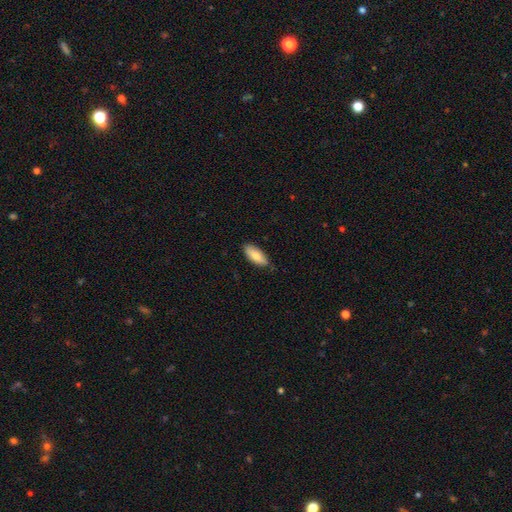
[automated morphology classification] A smooth galaxy with no disk features (80%) that is in between round and cigar-shaped (81%).

Vote fractions:
- Smooth or featured? smooth: 80% / featured or disk: 14% / star or artifact: 6%
- How rounded? in between: 81% / cigar-shaped: 17% / round: 2%
- Merging? none: 80% / minor disturbance: 17% / major disturbance: 2% / merger: 1%